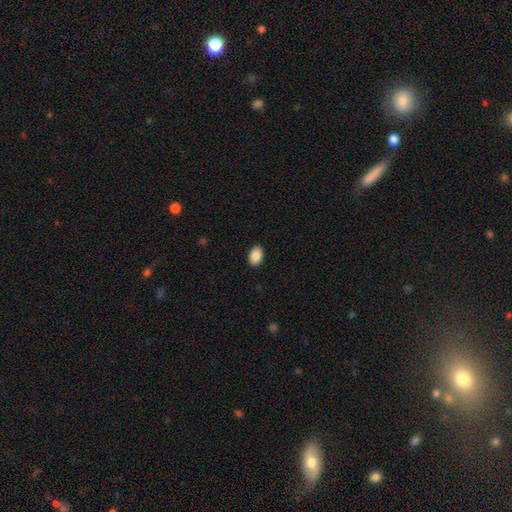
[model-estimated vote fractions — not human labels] A smooth galaxy with no disk features (90%) that is in between round and cigar-shaped (89%). Merging: none (90%).